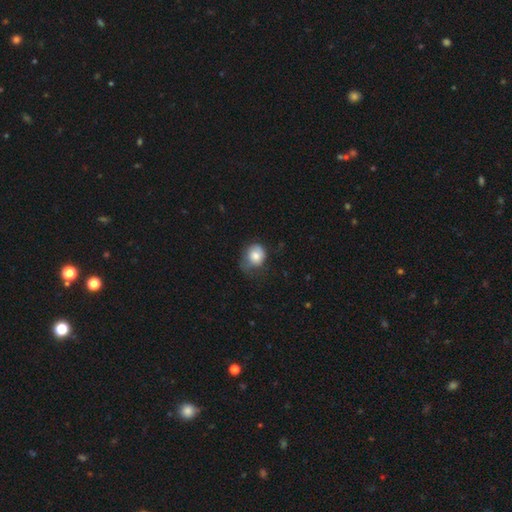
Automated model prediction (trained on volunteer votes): Morphology: type=smooth (78%); roundness=round (68%); merging=none (39%).